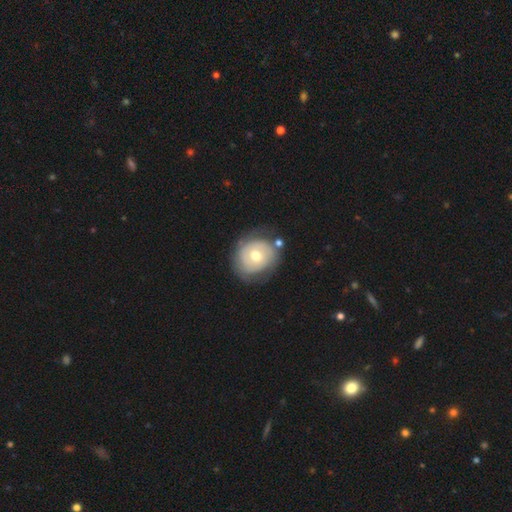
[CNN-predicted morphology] type=featured or disk (57%); edge-on=no (97%); bar=no (77%); spiral arms=yes (60%); bulge=moderate (75%); merging=none (63%).